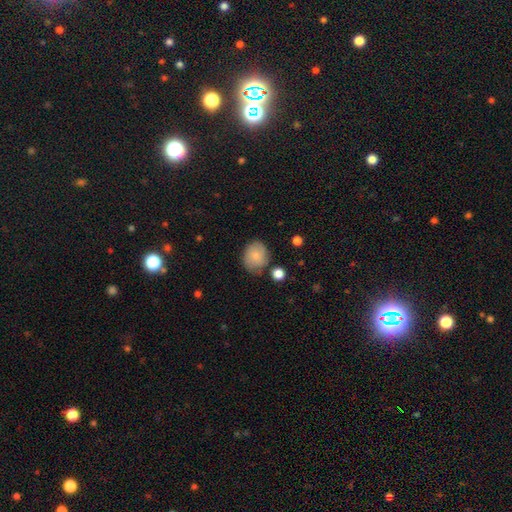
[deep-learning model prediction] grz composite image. It shows a smooth galaxy with no disk features (75%) that is round (61%). Merging: none (68%).